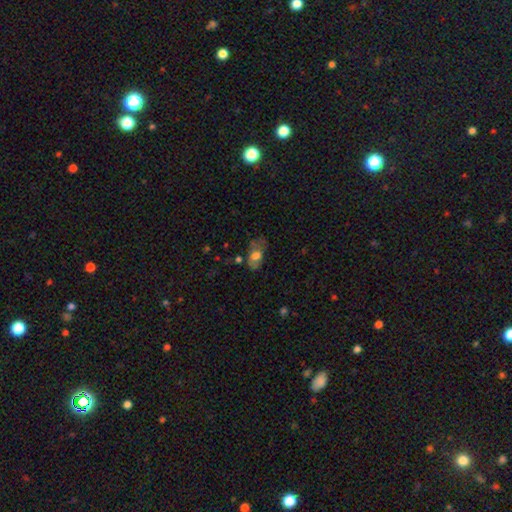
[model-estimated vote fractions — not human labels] This appears to be a smooth galaxy with no disk features (60%) that is in between round and cigar-shaped (87%). Merging: none (50%).